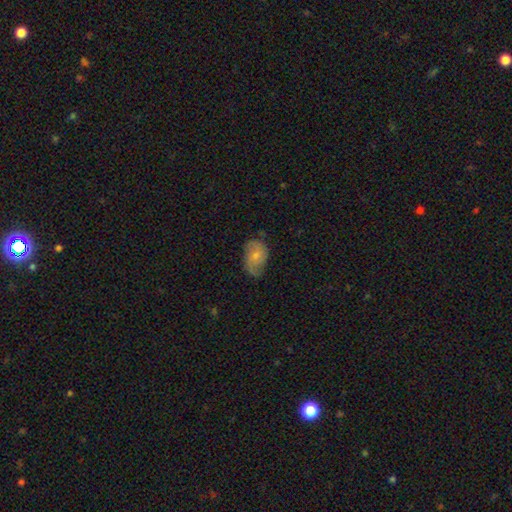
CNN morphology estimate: Smooth or featured? smooth (48%)
Merging? none (57%)